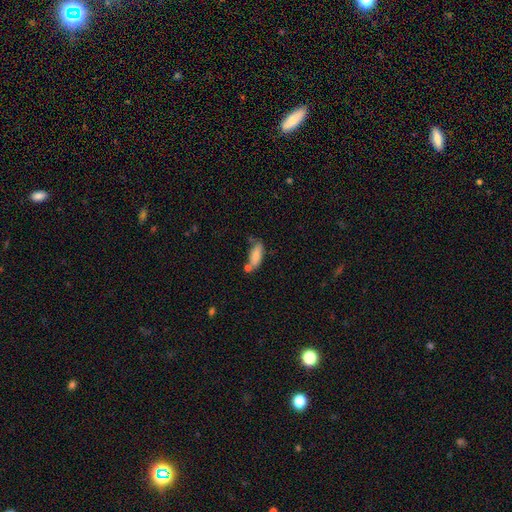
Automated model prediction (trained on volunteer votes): A smooth galaxy with no disk features (82%) that is in between round and cigar-shaped (64%). Merging: none (57%).